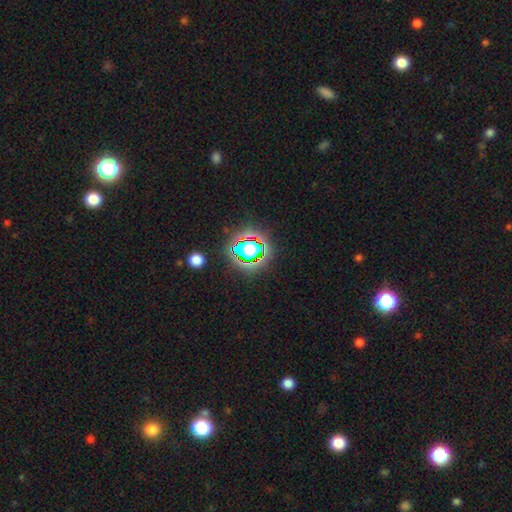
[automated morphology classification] Smooth or featured: star or artifact — 77% (smooth — 14%)